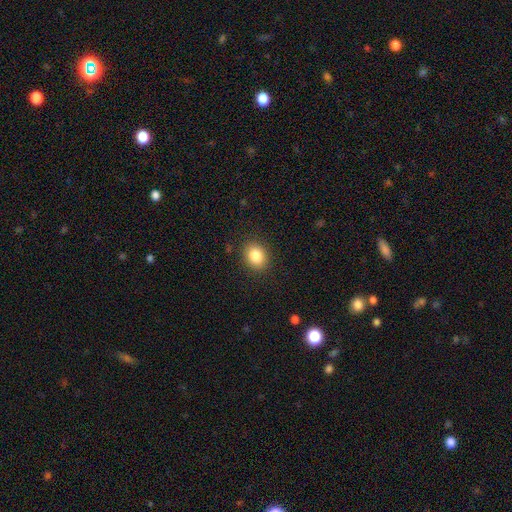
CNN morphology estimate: A smooth galaxy with no disk features (84%) that is round (55%). Merging: none (88%).